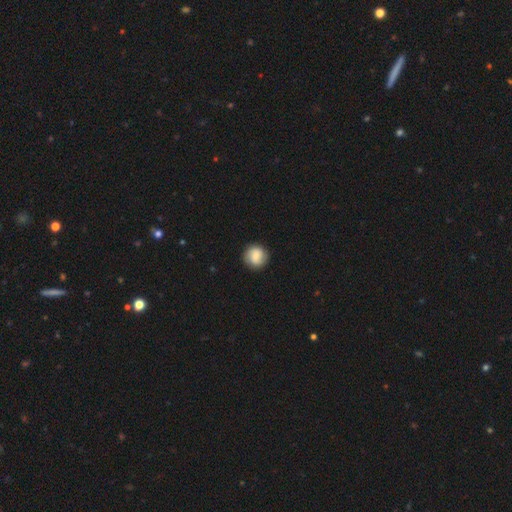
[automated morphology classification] smooth_or_featured: smooth (p=0.75) [alt: featured or disk p=0.18]
how_rounded: round (p=0.93) [alt: in between p=0.06]
merging: none (p=0.88) [alt: minor disturbance p=0.09]